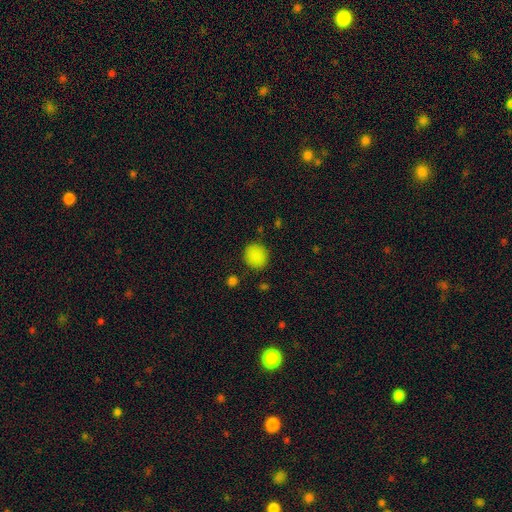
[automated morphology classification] Smooth or featured? Predicted: smooth (p=0.86). How rounded? Predicted: round (p=0.81). Merging? Predicted: none (p=0.85).